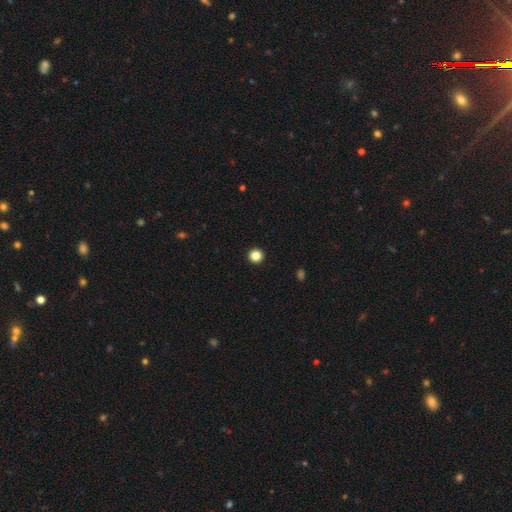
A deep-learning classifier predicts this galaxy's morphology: Q: Smooth or featured?
A: smooth (85%); runner-up: star or artifact (11%)
Q: How rounded?
A: round (96%); runner-up: in between (3%)
Q: Merging?
A: none (94%); runner-up: minor disturbance (3%)